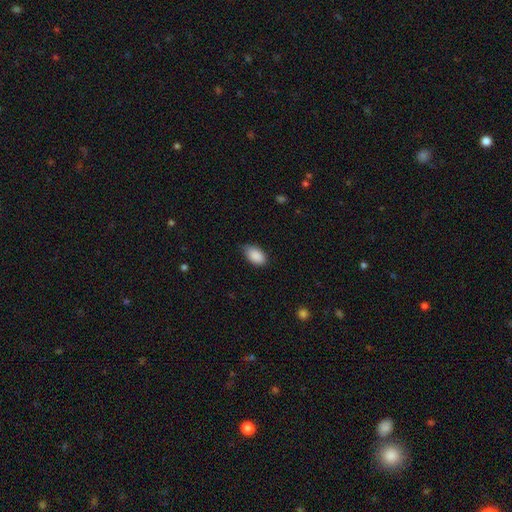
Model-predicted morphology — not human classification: type=smooth (89%); roundness=in between (92%); merging=none (68%).